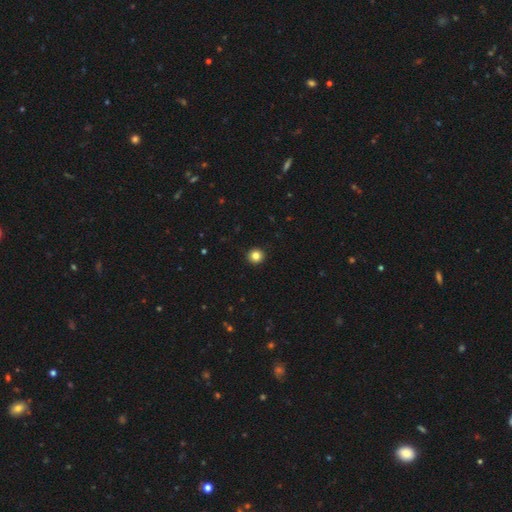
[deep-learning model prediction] smooth-or-featured: smooth: 84% | star or artifact: 11% | featured or disk: 5%
  how-rounded: round: 94% | in between: 5% | cigar-shaped: 1%
  merging: none: 94% | minor disturbance: 4% | major disturbance: 1% | merger: 1%